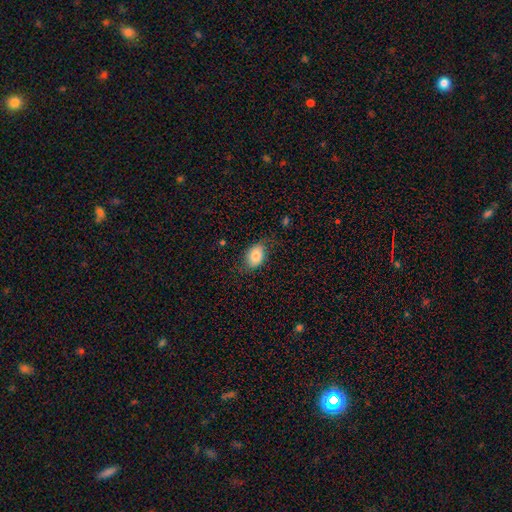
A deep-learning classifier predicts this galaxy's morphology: A smooth galaxy with no disk features (82%) that is in between round and cigar-shaped (86%).

Vote fractions:
- Smooth or featured? smooth: 82% / featured or disk: 11% / star or artifact: 7%
- How rounded? in between: 86% / round: 12% / cigar-shaped: 1%
- Merging? none: 68% / minor disturbance: 23% / major disturbance: 8% / merger: 1%